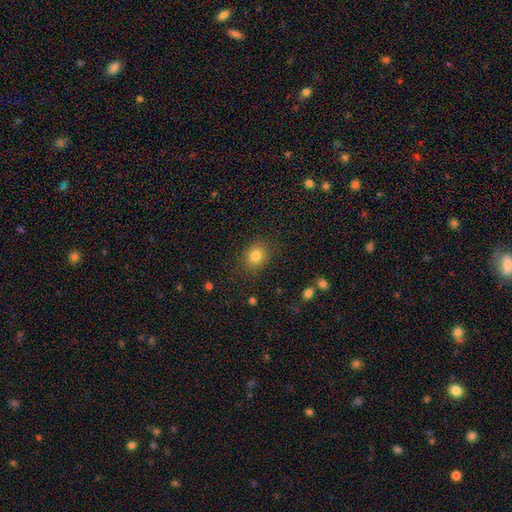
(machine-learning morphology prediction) smooth_or_featured: smooth (p=0.81) [alt: star or artifact p=0.11]
how_rounded: round (p=0.56) [alt: in between p=0.43]
merging: none (p=0.84) [alt: minor disturbance p=0.11]